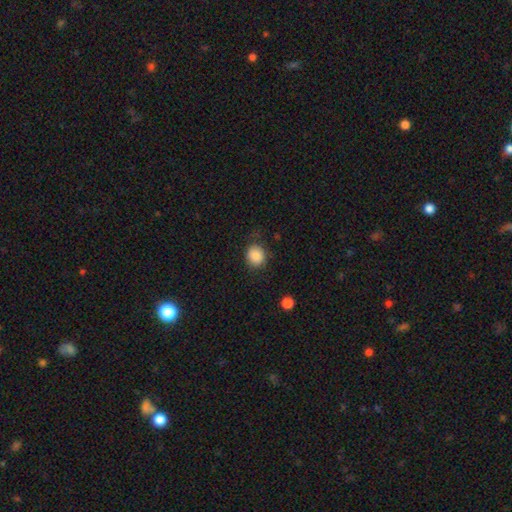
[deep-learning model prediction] A smooth galaxy with no disk features (86%) that is round (80%). Merging: none (77%).